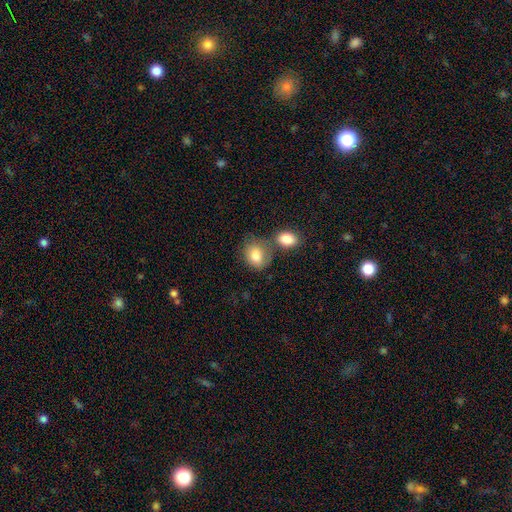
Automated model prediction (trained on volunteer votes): A smooth galaxy with no disk features (83%) that is in between round and cigar-shaped (56%). Merging: none (46%).